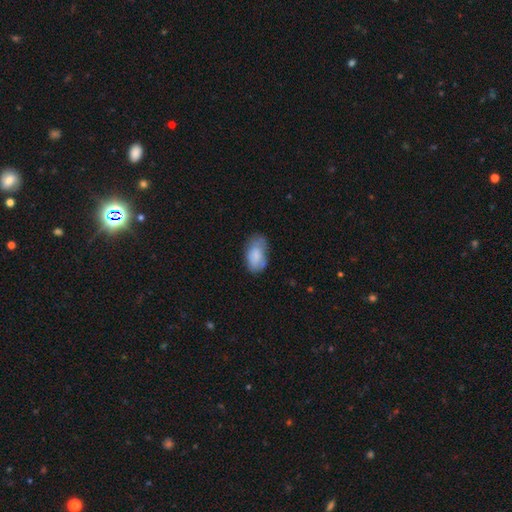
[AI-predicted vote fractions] Overall: smooth (77%). How rounded: in between (93%). Merging: none (56%; minor disturbance 32%).